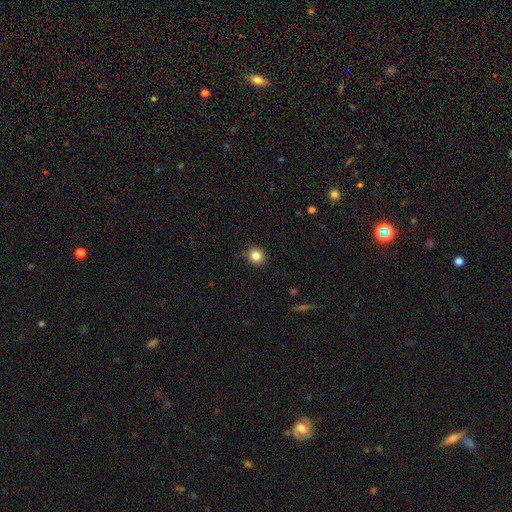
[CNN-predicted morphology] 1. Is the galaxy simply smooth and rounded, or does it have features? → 83% smooth, 11% star or artifact, 6% featured or disk.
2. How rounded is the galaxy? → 89% round, 10% in between, 1% cigar-shaped.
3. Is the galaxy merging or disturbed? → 84% none, 12% minor disturbance, 2% major disturbance, 1% merger.